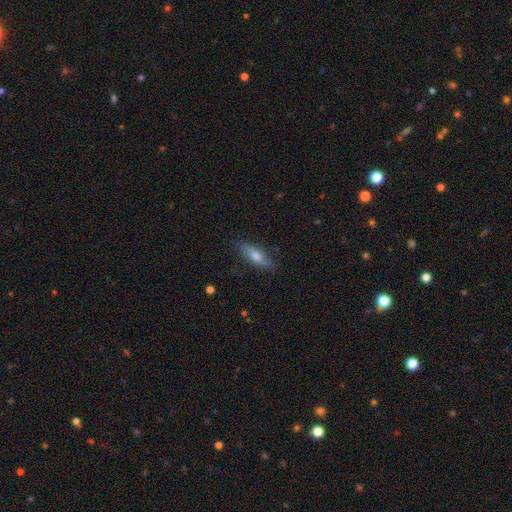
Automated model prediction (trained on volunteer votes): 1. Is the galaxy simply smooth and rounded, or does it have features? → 58% smooth, 34% featured or disk, 8% star or artifact.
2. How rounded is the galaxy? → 61% cigar-shaped, 37% in between, 2% round.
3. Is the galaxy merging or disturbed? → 83% none, 13% minor disturbance, 2% major disturbance, 1% merger.